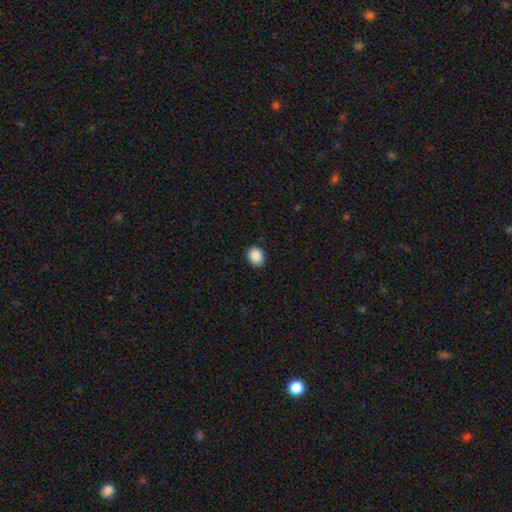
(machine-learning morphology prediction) type=smooth (89%); roundness=round (55%); merging=none (89%).